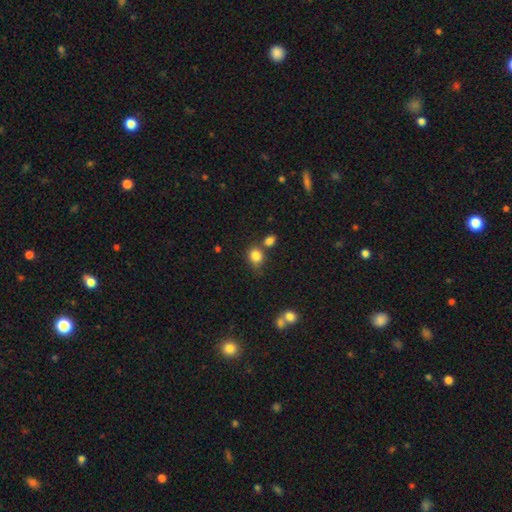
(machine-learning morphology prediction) The model was most divided on "how rounded": round: 61%, in between: 38%, cigar-shaped: 1%. More confident: smooth or featured — smooth (83%); merging — none (58%).